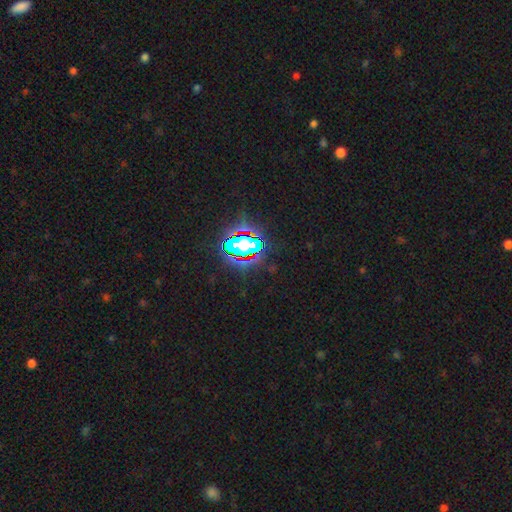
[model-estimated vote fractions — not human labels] Smooth or featured: star or artifact — 80% (smooth — 12%)